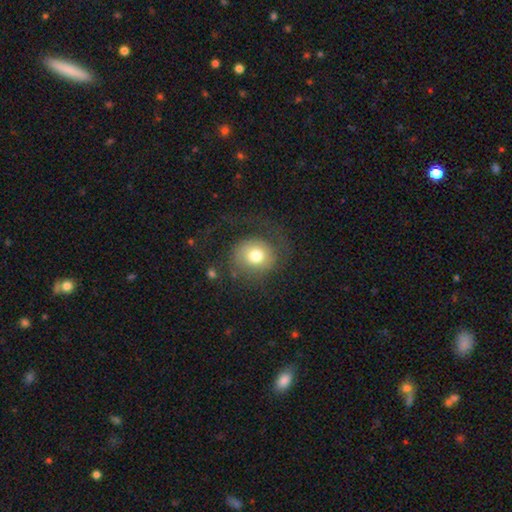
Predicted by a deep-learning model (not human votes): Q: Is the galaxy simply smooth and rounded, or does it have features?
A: smooth — 66%.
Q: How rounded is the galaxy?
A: round — 81%.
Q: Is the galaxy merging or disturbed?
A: none — 54%.